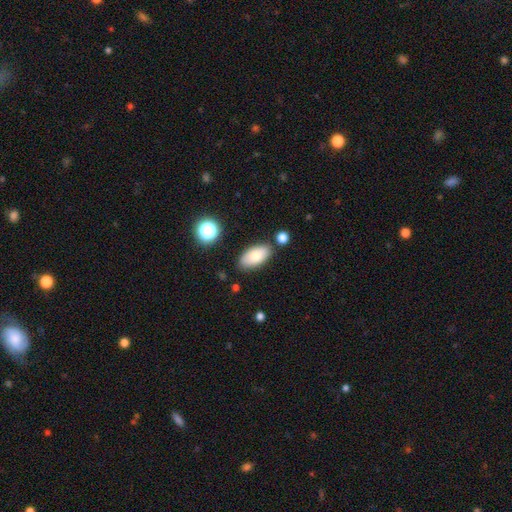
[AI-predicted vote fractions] Q: Smooth or featured?
A: smooth (75%); runner-up: featured or disk (17%)
Q: How rounded?
A: in between (93%); runner-up: round (4%)
Q: Merging?
A: none (81%); runner-up: minor disturbance (12%)